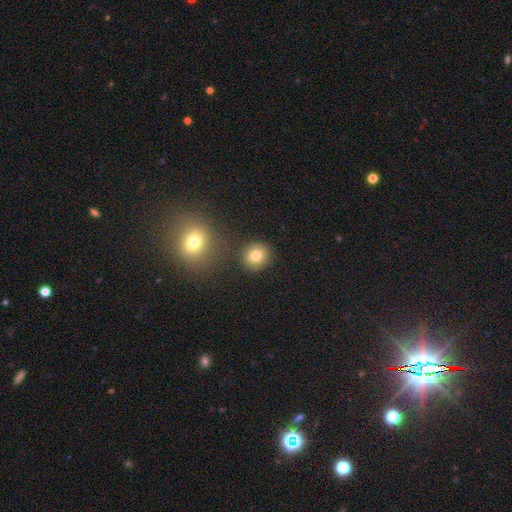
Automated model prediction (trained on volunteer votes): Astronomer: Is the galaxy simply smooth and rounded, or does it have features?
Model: smooth — 81%.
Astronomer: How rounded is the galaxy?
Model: round — 88%.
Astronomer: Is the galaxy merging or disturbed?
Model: none — 83%.